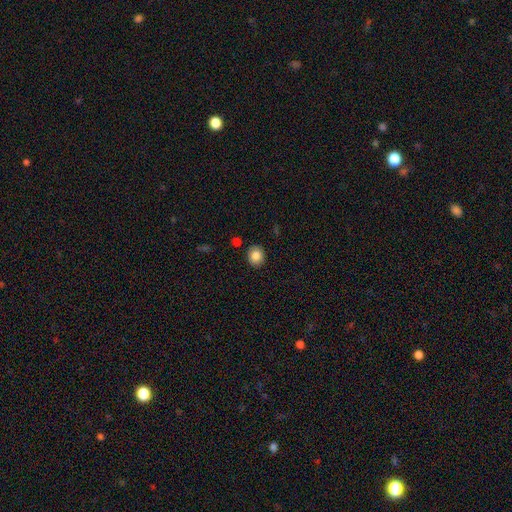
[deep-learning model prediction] The model was most divided on "how rounded": round: 71%, in between: 28%, cigar-shaped: 1%. More confident: merging — none (88%); smooth or featured — smooth (84%).